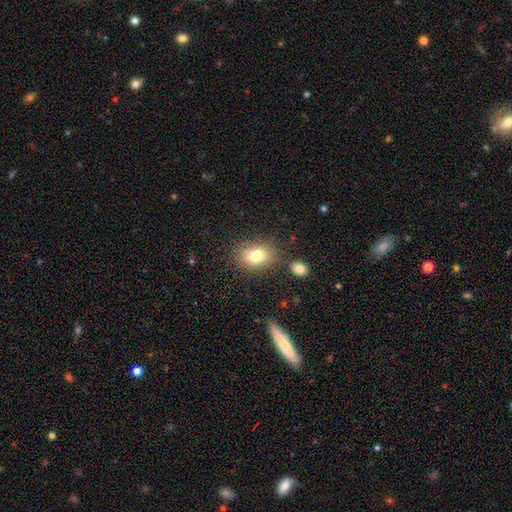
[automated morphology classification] smooth_or_featured: smooth (p=0.79) [alt: featured or disk p=0.11]
how_rounded: in between (p=0.71) [alt: round p=0.28]
merging: none (p=0.80) [alt: minor disturbance p=0.11]